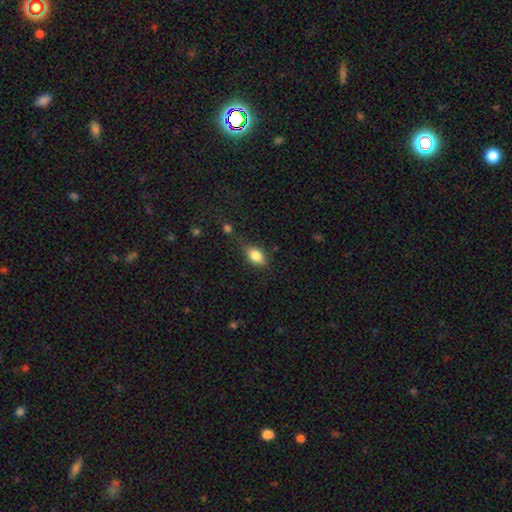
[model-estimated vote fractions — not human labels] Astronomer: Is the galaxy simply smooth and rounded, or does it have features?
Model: smooth — 82%.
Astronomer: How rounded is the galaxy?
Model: in between — 83%.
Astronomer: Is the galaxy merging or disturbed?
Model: none — 61%.